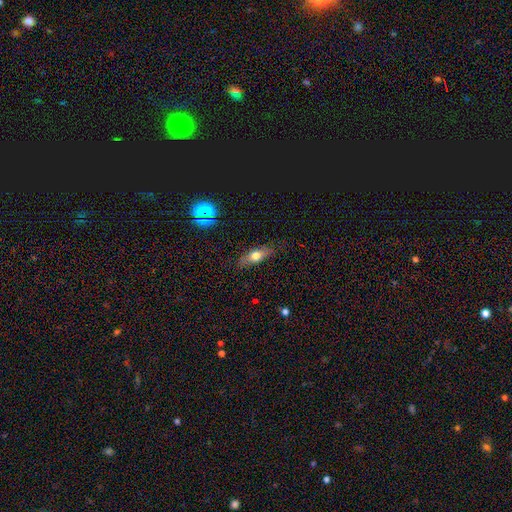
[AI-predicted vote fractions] This is likely a smooth galaxy (61%). How rounded: likely in between (60%). Merging: clearly none (81%).